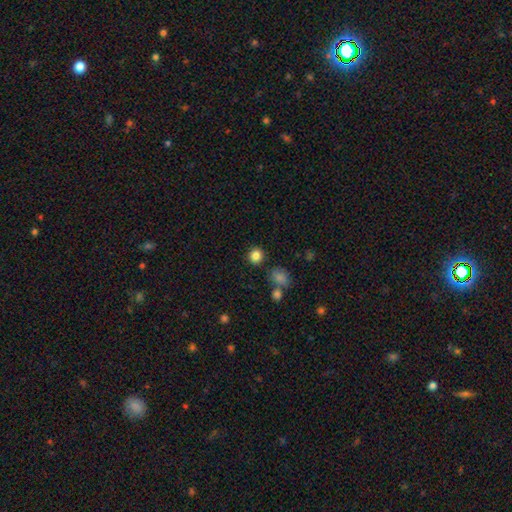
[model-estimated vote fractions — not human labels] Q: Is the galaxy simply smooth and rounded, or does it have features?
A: smooth — 84%.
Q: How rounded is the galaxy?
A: round — 88%.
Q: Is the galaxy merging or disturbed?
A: none — 86%.